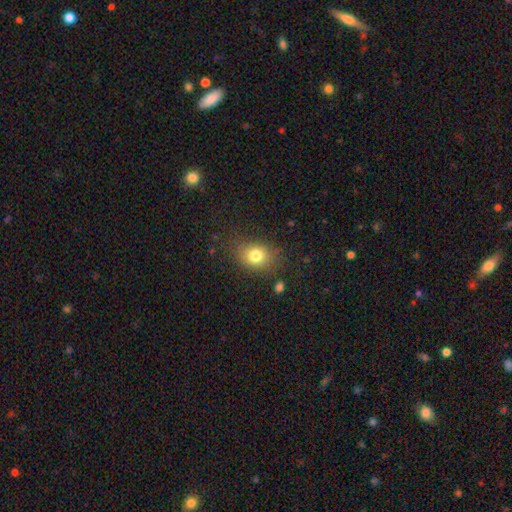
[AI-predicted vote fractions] Smooth or featured: smooth — 78% (star or artifact — 12%)
How rounded: in between — 55% (round — 44%)
Merging: none — 77% (minor disturbance — 15%)